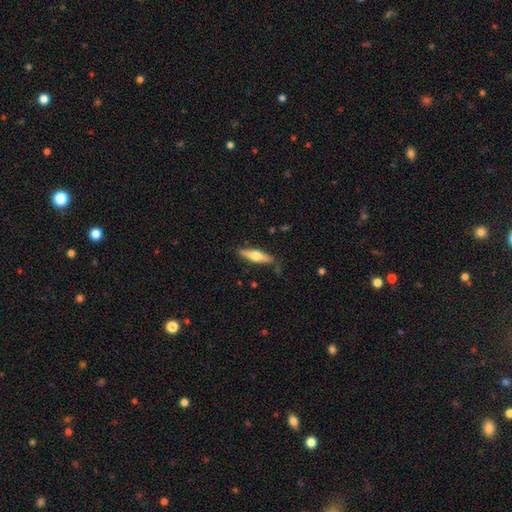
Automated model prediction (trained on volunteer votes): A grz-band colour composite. It shows a smooth galaxy with no disk features (52%) that is cigar-shaped (67%). Merging: none (82%).